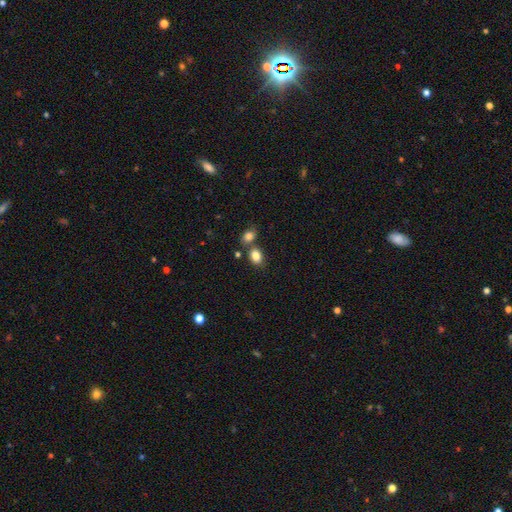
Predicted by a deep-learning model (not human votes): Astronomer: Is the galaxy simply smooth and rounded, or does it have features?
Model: smooth — 85%.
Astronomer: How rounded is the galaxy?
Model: in between — 69%.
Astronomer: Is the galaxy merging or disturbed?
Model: none — 61%.